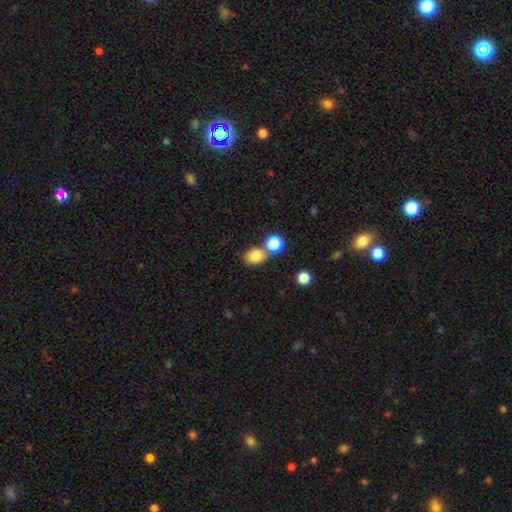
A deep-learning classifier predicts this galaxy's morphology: Smooth or featured? smooth (83%)
How rounded? in between (61%)
Merging? none (63%)